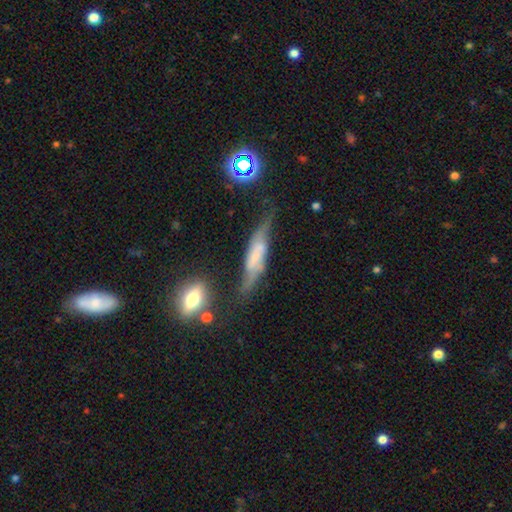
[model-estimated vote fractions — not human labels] Smooth or featured? Predicted: featured or disk (p=0.60). Edge-on disk? Predicted: yes (p=0.64). Merging? Predicted: none (p=0.52).